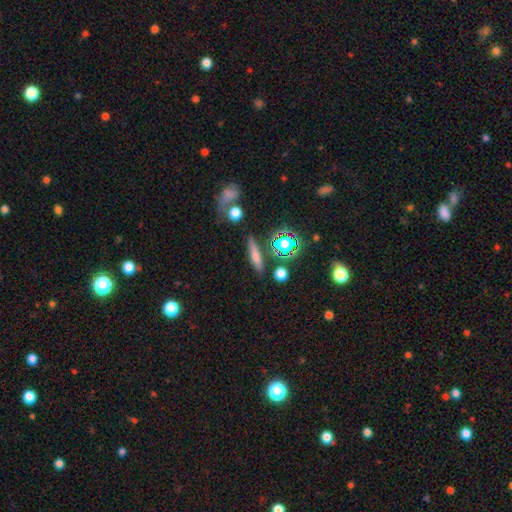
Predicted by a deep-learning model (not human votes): This appears to be a smooth galaxy with no disk features (62%) that is cigar-shaped (77%). Merging: none (78%).